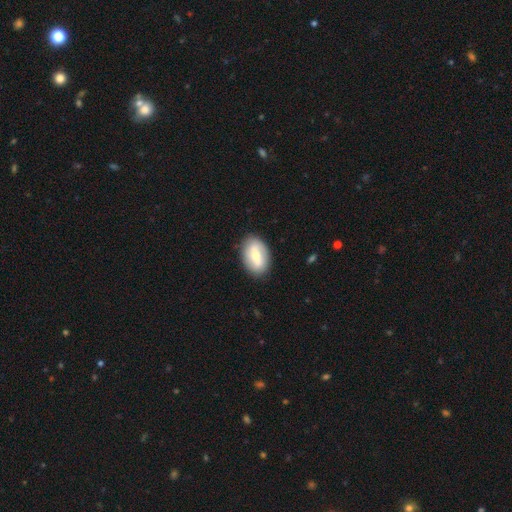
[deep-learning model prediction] The model was most divided on "smooth or featured" (2-way tie): featured or disk: 47%, smooth: 47%, star or artifact: 6%. More confident: merging — none (86%).